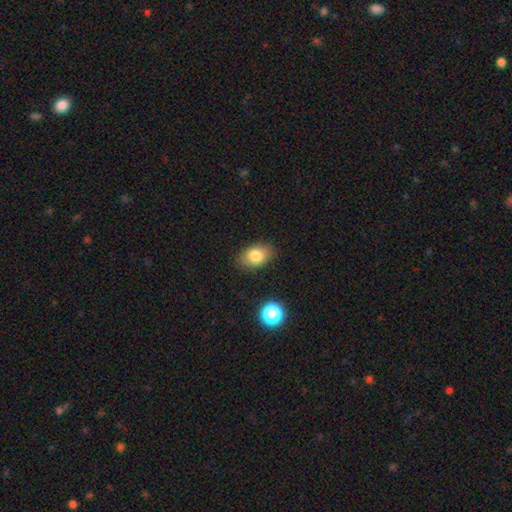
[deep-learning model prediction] This is clearly a smooth galaxy (81%). How rounded: clearly in between (81%). Merging: clearly none (85%).